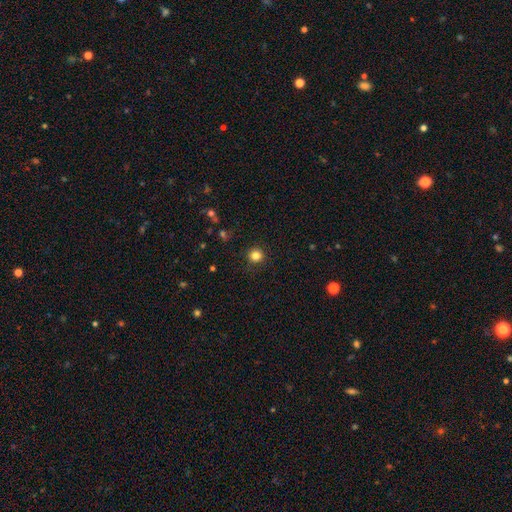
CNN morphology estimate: A smooth galaxy with no disk features (83%) that is round (94%).

Vote fractions:
- Smooth or featured? smooth: 83% / star or artifact: 13% / featured or disk: 5%
- How rounded? round: 94% / in between: 5% / cigar-shaped: 1%
- Merging? none: 90% / minor disturbance: 6% / major disturbance: 2% / merger: 1%